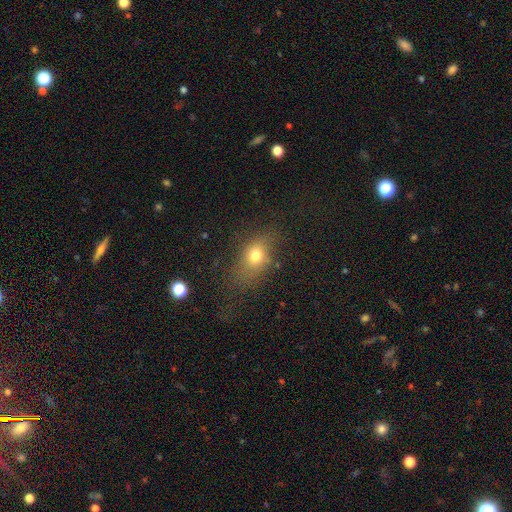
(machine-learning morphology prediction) Smooth or featured: smooth — 73% (star or artifact — 14%)
How rounded: in between — 64% (round — 33%)
Merging: none — 65% (minor disturbance — 20%)